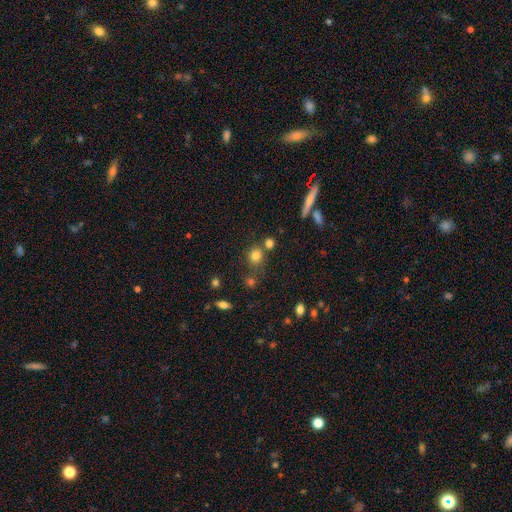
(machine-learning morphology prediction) type=smooth (78%); roundness=round (85%); merging=none (65%).